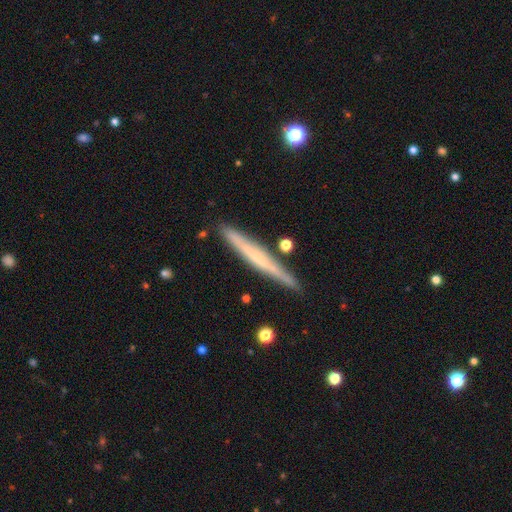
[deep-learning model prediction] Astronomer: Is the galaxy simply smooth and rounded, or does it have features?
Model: featured or disk — 52% (runner-up: smooth, 42%).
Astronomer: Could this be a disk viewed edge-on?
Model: yes — 96%.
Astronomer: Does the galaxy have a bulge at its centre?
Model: none — 71%.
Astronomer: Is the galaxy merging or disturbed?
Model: none — 86%.